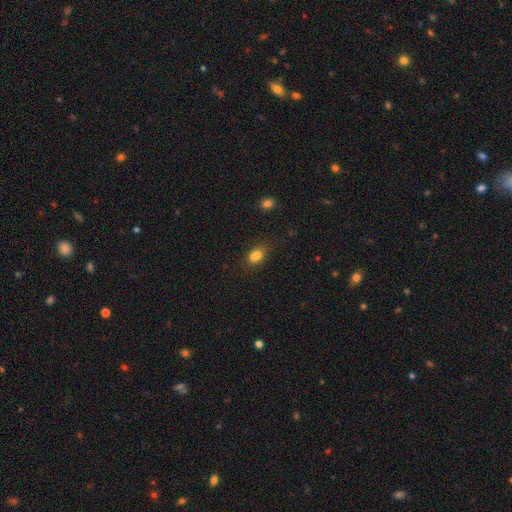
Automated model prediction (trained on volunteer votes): Morphology: type=smooth (82%); roundness=in between (77%); merging=none (68%).